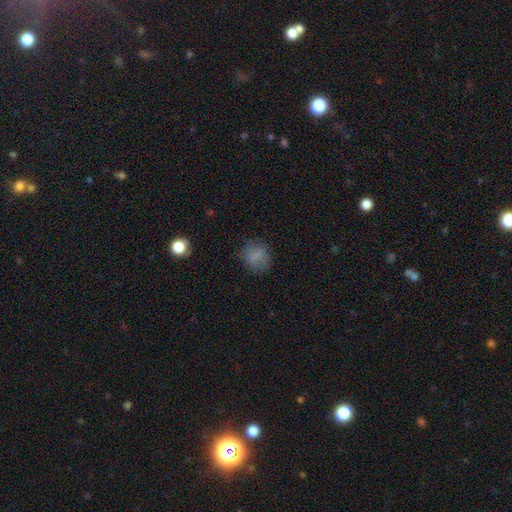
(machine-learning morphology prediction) The model was most divided on "how rounded": round: 68%, in between: 31%, cigar-shaped: 1%. More confident: smooth or featured — smooth (78%); merging — none (75%).